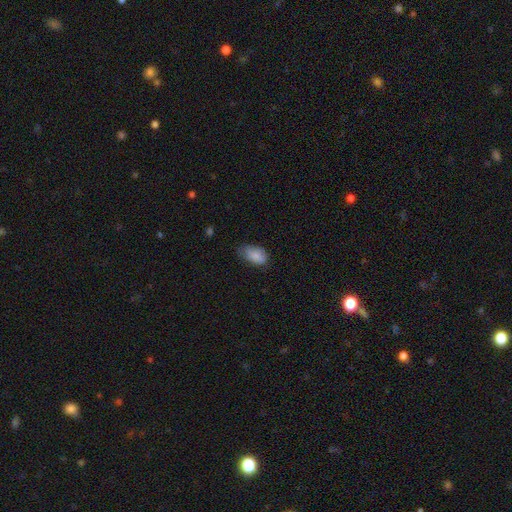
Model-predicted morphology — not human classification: Smooth or featured? Predicted: smooth (p=0.84). How rounded? Predicted: in between (p=0.92). Merging? Predicted: none (p=0.55).